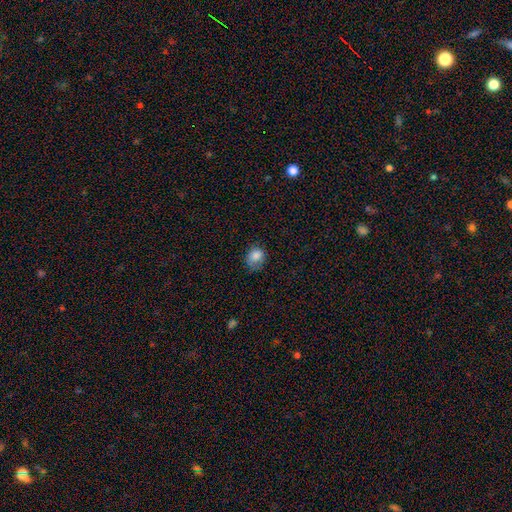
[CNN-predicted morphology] This is clearly a smooth galaxy (84%). How rounded: likely round (66%). Merging: likely none (61%).